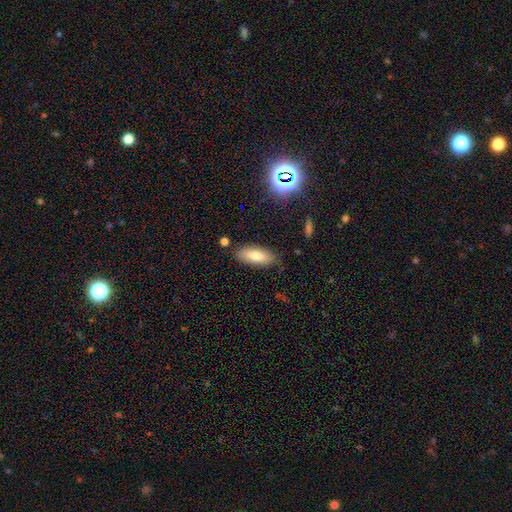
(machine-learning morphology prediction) The model was most divided on "how rounded": in between: 75%, cigar-shaped: 23%, round: 2%. More confident: merging — none (84%); smooth or featured — smooth (75%).